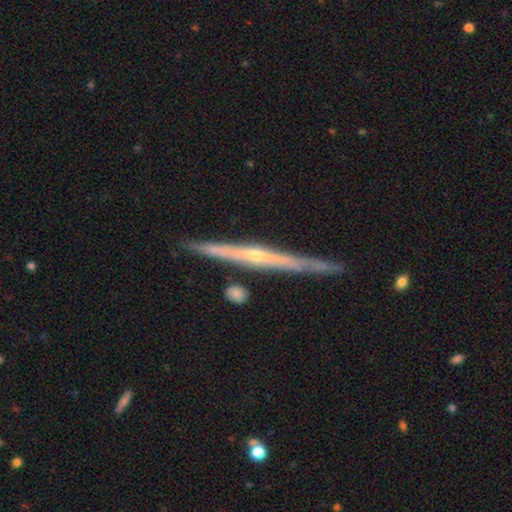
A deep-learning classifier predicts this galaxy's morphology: Smooth or featured?
  - featured or disk: 80% *
  - smooth: 14%
  - star or artifact: 6%
Edge-on disk?
  - yes: 98% *
  - no: 2%
Edge-on bulge?
  - rounded: 60% *
  - none: 35%
  - boxy: 5%
Merging?
  - none: 86% *
  - minor disturbance: 10%
  - merger: 3%
  - major disturbance: 2%